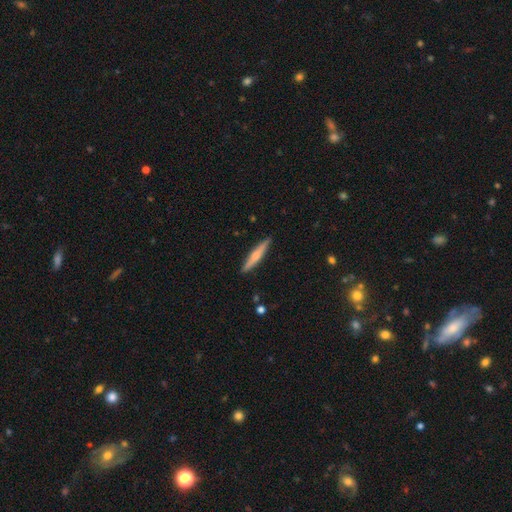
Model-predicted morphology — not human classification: smooth 54%, featured or disk 40%, star or artifact 5%. Down the decision tree: how rounded — cigar-shaped (92%); merging — none (90%).